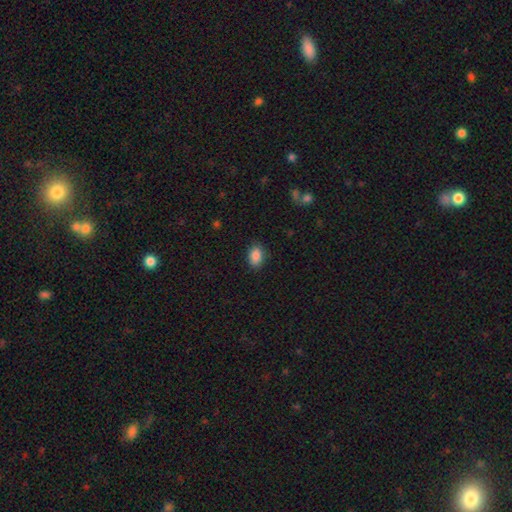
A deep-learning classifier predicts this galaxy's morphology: Q: Smooth or featured?
A: smooth (88%); runner-up: star or artifact (8%)
Q: How rounded?
A: in between (84%); runner-up: round (14%)
Q: Merging?
A: none (85%); runner-up: minor disturbance (11%)